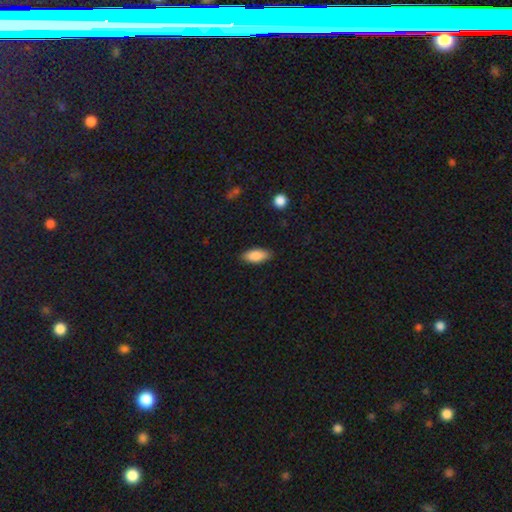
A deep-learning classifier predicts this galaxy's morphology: smooth_or_featured: smooth (p=0.88) [alt: star or artifact p=0.06]
how_rounded: in between (p=0.88) [alt: cigar-shaped p=0.10]
merging: none (p=0.86) [alt: minor disturbance p=0.11]